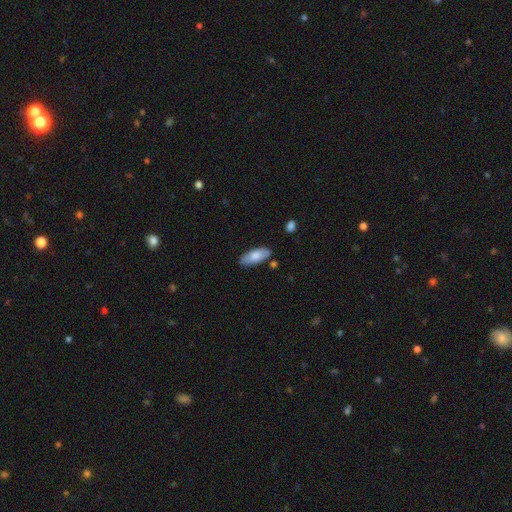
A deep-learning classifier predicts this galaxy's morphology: Smooth or featured? Predicted: smooth (p=0.77). How rounded? Predicted: in between (p=0.83). Merging? Predicted: none (p=0.80).